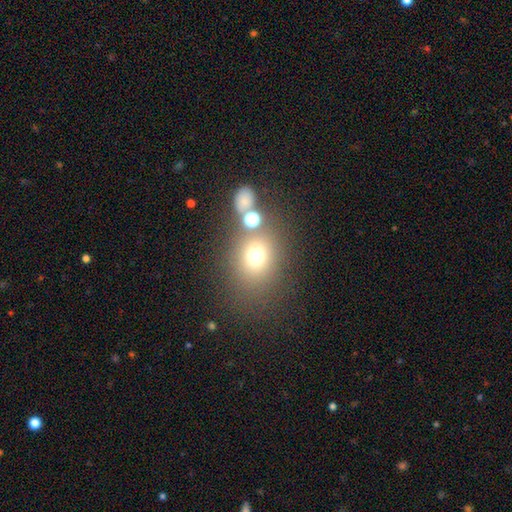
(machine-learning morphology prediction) A smooth galaxy with no disk features (69%) that is round (62%).

Vote fractions:
- Smooth or featured? smooth: 69% / star or artifact: 18% / featured or disk: 13%
- How rounded? round: 62% / in between: 37% / cigar-shaped: 1%
- Merging? none: 64% / merger: 16% / minor disturbance: 13% / major disturbance: 8%